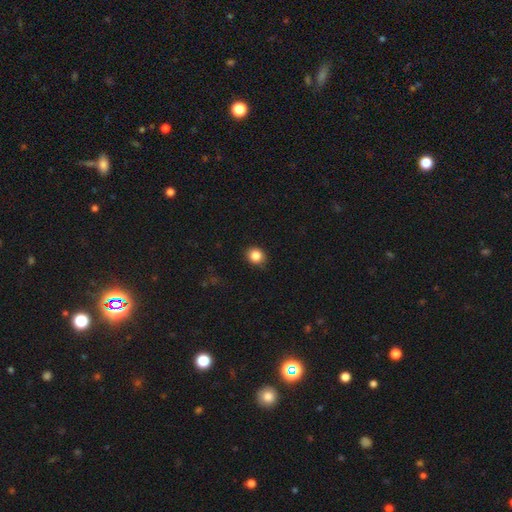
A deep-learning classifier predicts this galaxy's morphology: Smooth or featured? Predicted: smooth (p=0.85). How rounded? Predicted: round (p=0.76). Merging? Predicted: none (p=0.87).